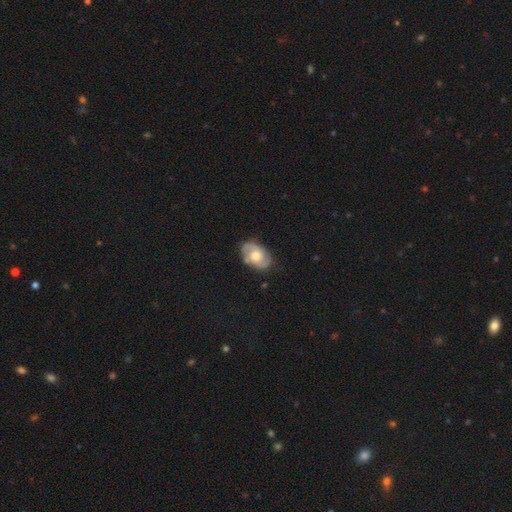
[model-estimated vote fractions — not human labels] Smooth or featured?
  - featured or disk: 74% *
  - smooth: 20%
  - star or artifact: 6%
Edge-on disk?
  - no: 96% *
  - yes: 4%
Bar?
  - no: 64% *
  - weak: 31%
  - strong: 6%
Spiral arms?
  - yes: 90% *
  - no: 10%
Spiral winding?
  - medium: 47% *
  - tight: 35%
  - loose: 18%
Spiral arm count?
  - 2: 85% *
  - can't tell: 8%
  - 3: 3%
  - 1: 2%
  - 4: 1%
  - more than 4: 1%
Bulge size?
  - moderate: 73% *
  - small: 14%
  - large: 11%
  - none: 1%
  - dominant: 1%
Merging?
  - none: 80% *
  - minor disturbance: 14%
  - major disturbance: 4%
  - merger: 2%